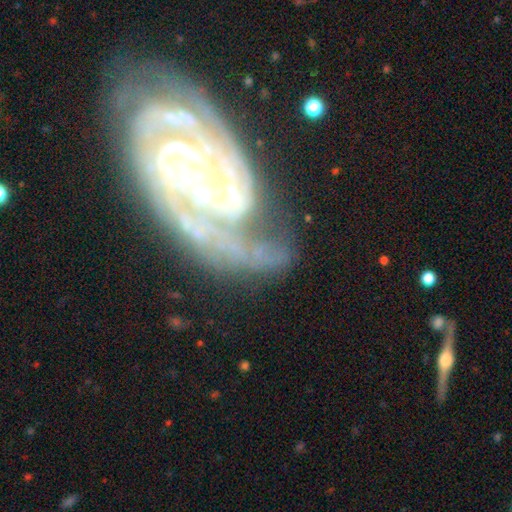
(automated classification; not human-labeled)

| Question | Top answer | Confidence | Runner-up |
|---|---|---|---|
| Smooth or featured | featured or disk | 92% | star or artifact (5%) |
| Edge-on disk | no | 97% | yes (3%) |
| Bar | no | 41% | weak (32%) |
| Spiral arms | yes | 99% | no (1%) |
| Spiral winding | tight | 69% | medium (28%) |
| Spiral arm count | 2 | 39% | 3 (29%) |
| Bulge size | small | 78% | moderate (18%) |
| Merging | none | 70% | minor disturbance (19%) |